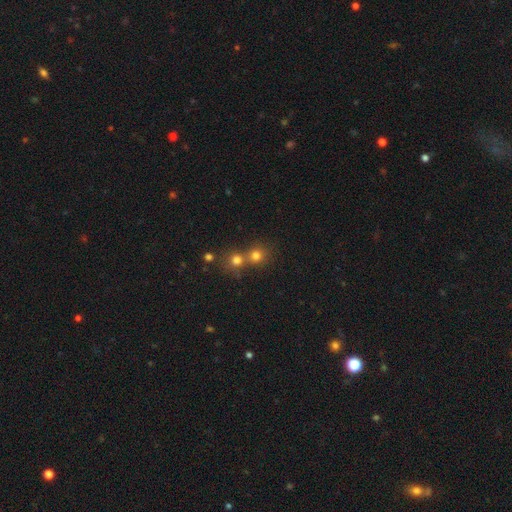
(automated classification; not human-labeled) The model was most divided on "merging": none: 48%, merger: 44%, minor disturbance: 6%, major disturbance: 3%. More confident: how rounded — round (86%); smooth or featured — smooth (73%).